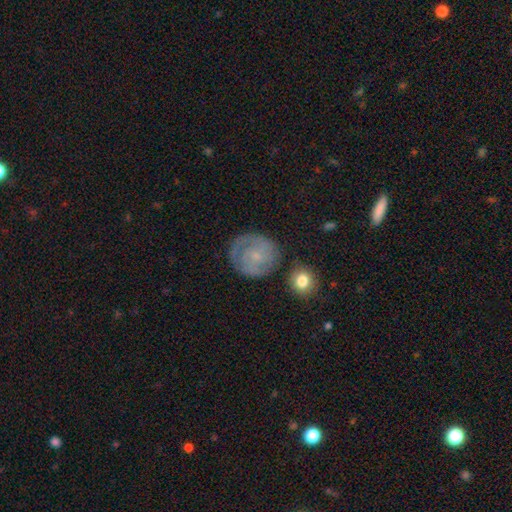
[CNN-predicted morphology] type=featured or disk (61%); edge-on=no (97%); bar=no (73%); spiral arms=yes (83%); bulge=small (74%); merging=none (71%).